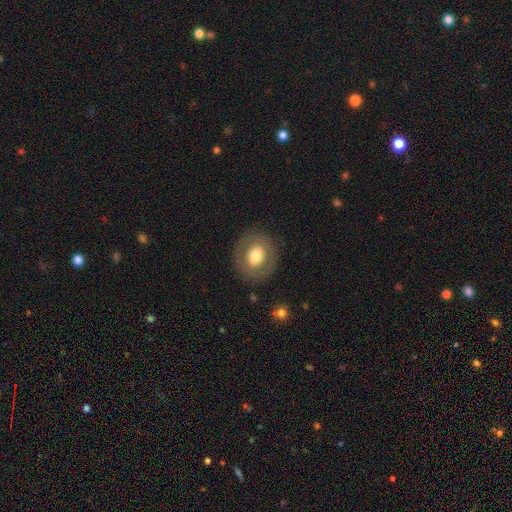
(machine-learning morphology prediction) Q: Smooth or featured?
A: smooth (62%); runner-up: featured or disk (30%)
Q: How rounded?
A: round (74%); runner-up: in between (25%)
Q: Merging?
A: none (85%); runner-up: minor disturbance (9%)